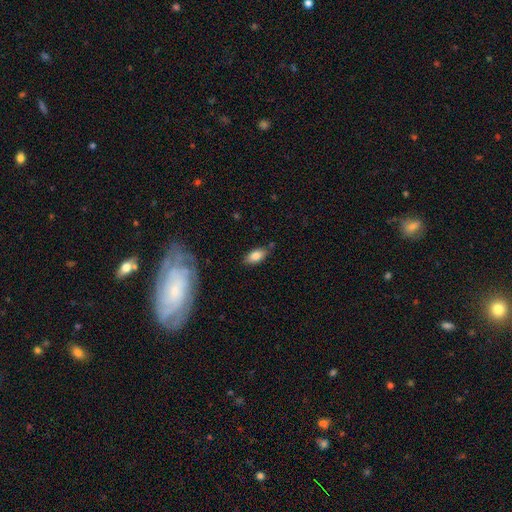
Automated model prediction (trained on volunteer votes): This appears to be a smooth galaxy with no disk features (82%) that is in between round and cigar-shaped (89%). Merging: none (80%).